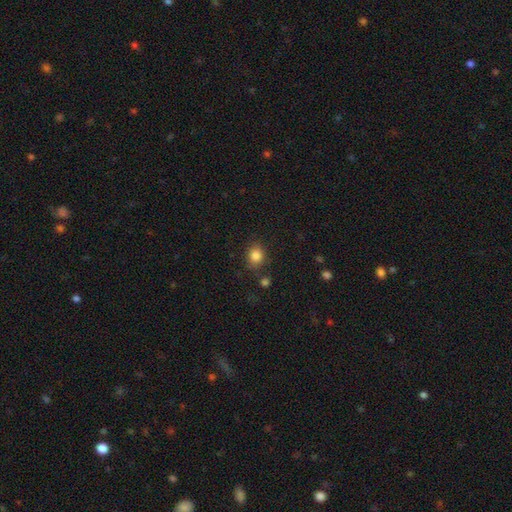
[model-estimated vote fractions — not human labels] Q: Smooth or featured?
A: smooth (85%); runner-up: star or artifact (10%)
Q: How rounded?
A: round (62%); runner-up: in between (37%)
Q: Merging?
A: none (79%); runner-up: minor disturbance (13%)